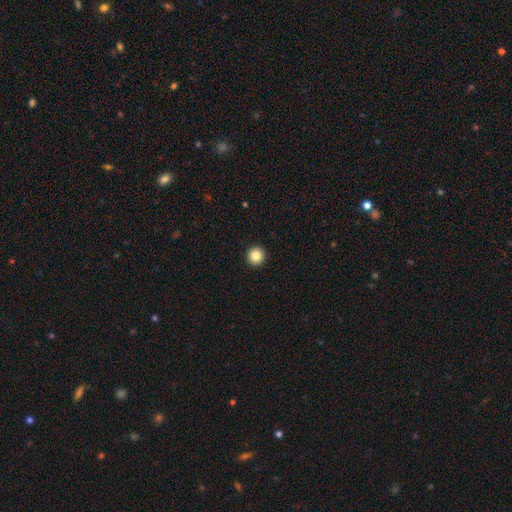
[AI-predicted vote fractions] This is clearly a smooth galaxy (84%). How rounded: clearly round (96%). Merging: clearly none (94%).